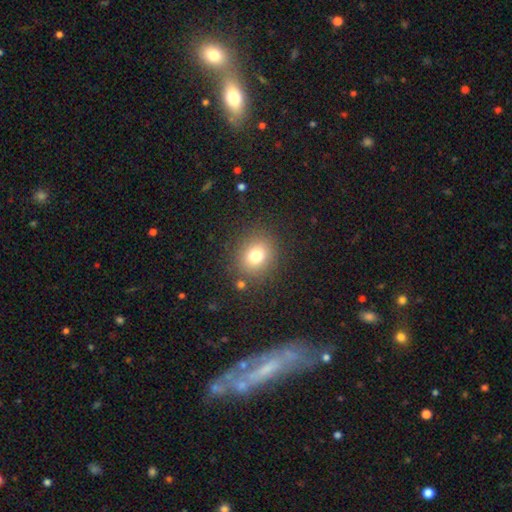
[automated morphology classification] Smooth or featured? smooth (76%)
How rounded? round (78%)
Merging? none (85%)